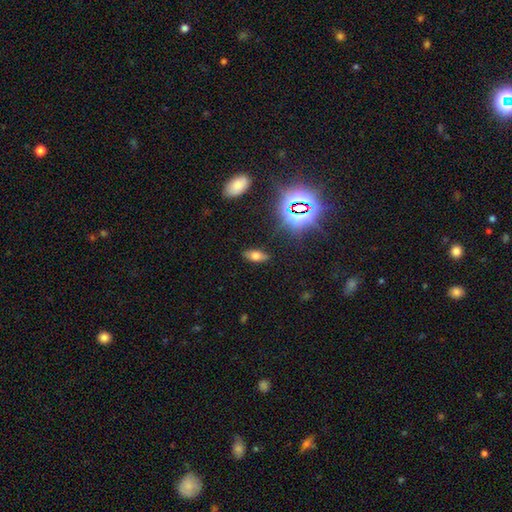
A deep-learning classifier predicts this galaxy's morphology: The model was most divided on "smooth or featured": smooth: 62%, star or artifact: 21%, featured or disk: 18%. More confident: merging — none (85%); how rounded — in between (83%).